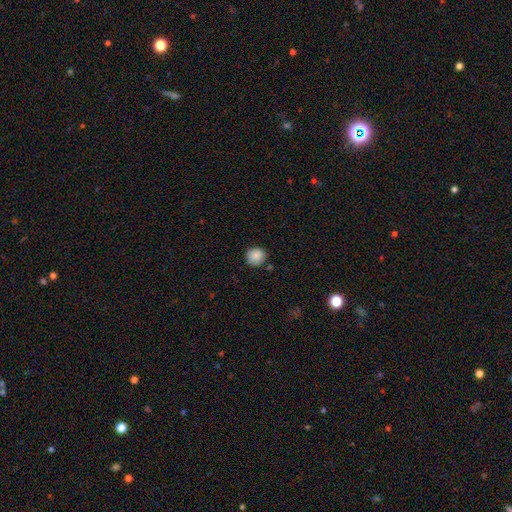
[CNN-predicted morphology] Q: Smooth or featured?
A: smooth (87%); runner-up: star or artifact (8%)
Q: How rounded?
A: round (92%); runner-up: in between (7%)
Q: Merging?
A: none (82%); runner-up: minor disturbance (12%)